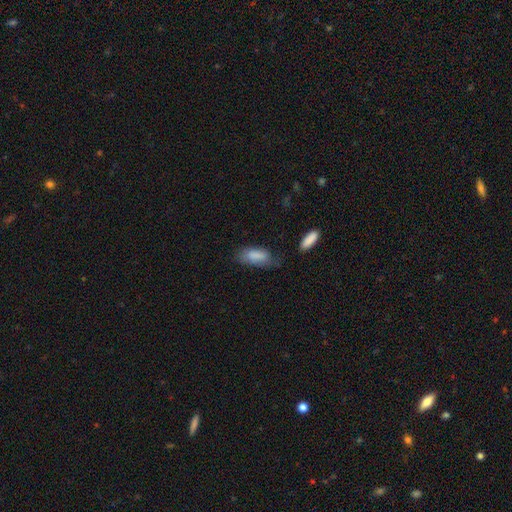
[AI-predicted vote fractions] A smooth galaxy with no disk features (81%) that is in between round and cigar-shaped (83%). Merging: none (48%).